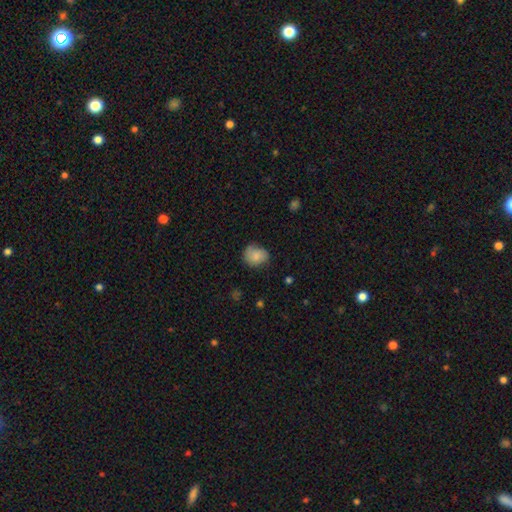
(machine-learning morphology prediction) This appears to be a smooth galaxy with no disk features (70%) that is round (57%). Merging: none (59%).